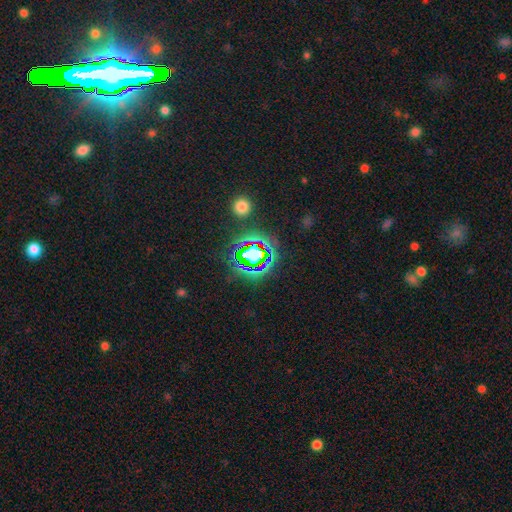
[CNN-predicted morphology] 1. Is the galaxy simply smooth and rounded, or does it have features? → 69% star or artifact, 18% smooth, 13% featured or disk.